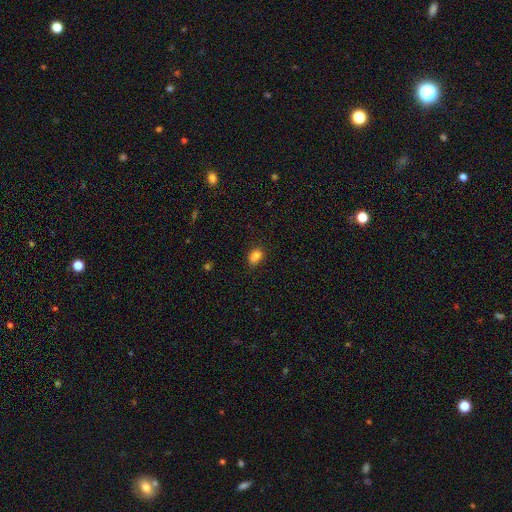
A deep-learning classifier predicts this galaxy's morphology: Q: Smooth or featured?
A: smooth (83%); runner-up: star or artifact (12%)
Q: How rounded?
A: in between (74%); runner-up: round (24%)
Q: Merging?
A: none (69%); runner-up: minor disturbance (22%)